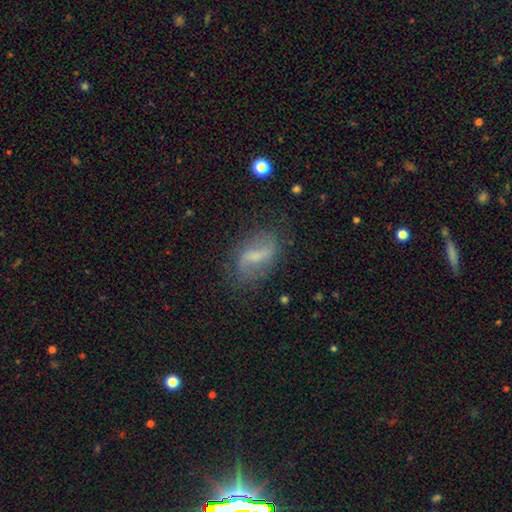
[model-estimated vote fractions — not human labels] Smooth or featured? Predicted: featured or disk (p=0.66). Edge-on disk? Predicted: no (p=0.95). Bar? Predicted: weak (p=0.47). Spiral arms? Predicted: yes (p=0.82). Spiral winding? Predicted: loose (p=0.69). Spiral arm count? Predicted: 2 (p=0.85). Bulge size? Predicted: small (p=0.38). Merging? Predicted: none (p=0.71).